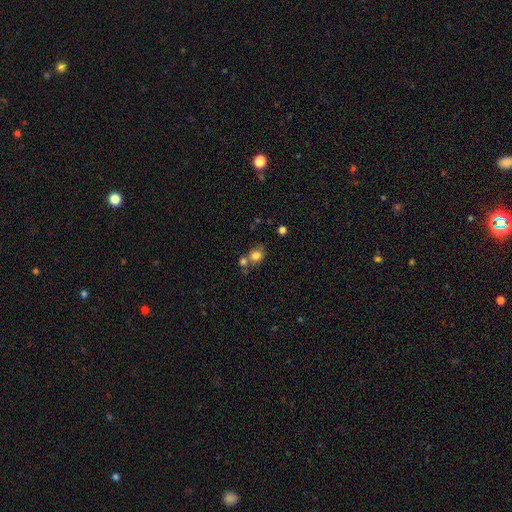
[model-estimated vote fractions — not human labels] smooth 80%, star or artifact 11%, featured or disk 9%. Down the decision tree: how rounded — round (63%); merging — none (49%).